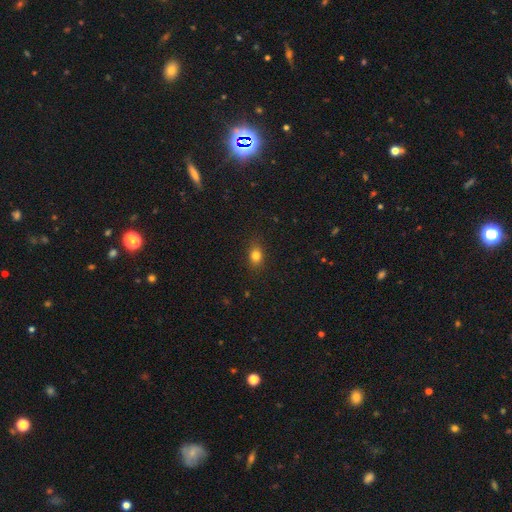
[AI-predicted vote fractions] Smooth or featured: smooth — 81% (star or artifact — 12%)
How rounded: in between — 59% (round — 40%)
Merging: none — 87% (minor disturbance — 9%)